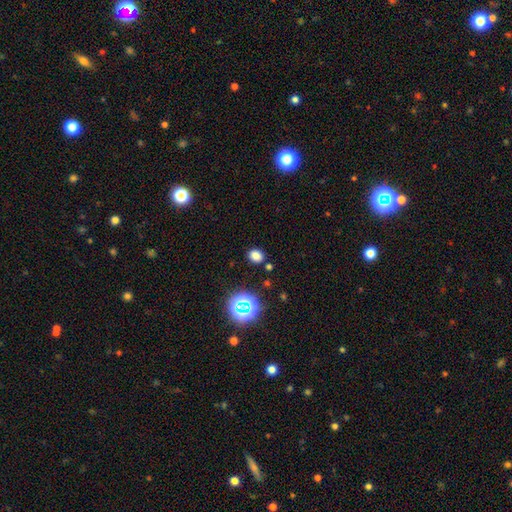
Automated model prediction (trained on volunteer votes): Overall: smooth (74%). How rounded: in between (51%; round 48%). Merging: none (85%).